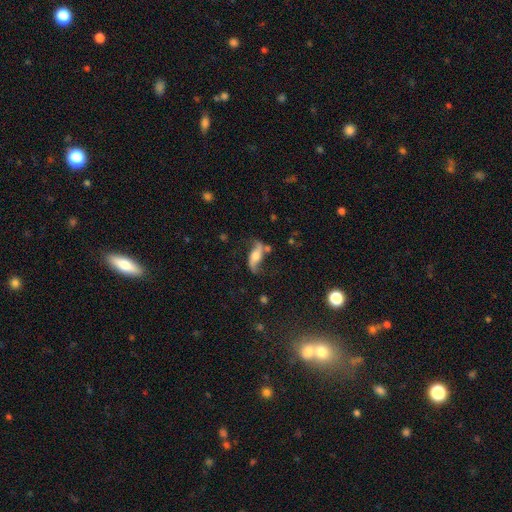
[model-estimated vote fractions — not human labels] This is likely a featured or disk galaxy (74%). It is clearly not viewed edge-on (86%). Bar: possibly no (52%). Spiral arm pattern: clearly yes (91%). Spiral arm count: clearly 2 (92%). Spiral winding: clearly loose (86%). Central bulge: possibly moderate (48%). Merging: likely none (63%).